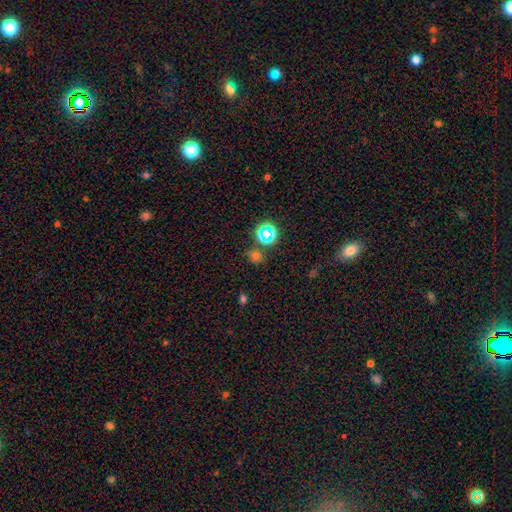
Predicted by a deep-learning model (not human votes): This appears to be a smooth galaxy with no disk features (53%) that is round (81%). Merging: none (75%).